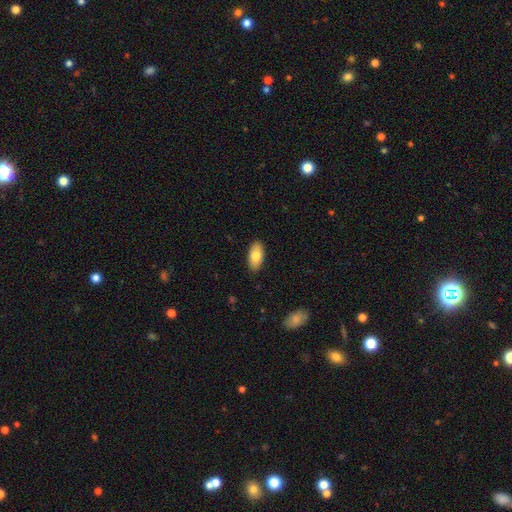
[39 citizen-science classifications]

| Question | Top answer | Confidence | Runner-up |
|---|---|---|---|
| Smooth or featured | smooth | 77% | featured or disk (21%) |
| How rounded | in between | 93% | round (7%) |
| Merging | none | 87% | minor disturbance (11%) |